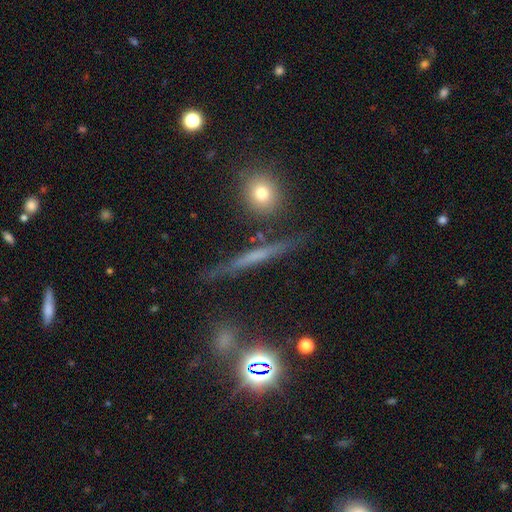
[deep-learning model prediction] smooth_or_featured: featured or disk (p=0.54) [alt: smooth p=0.31]
disk_edge_on: yes (p=0.91) [alt: no p=0.09]
merging: none (p=0.82) [alt: minor disturbance p=0.11]